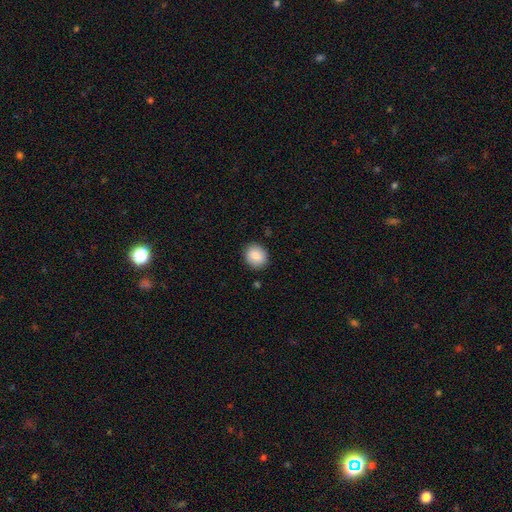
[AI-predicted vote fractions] This is clearly a smooth galaxy (89%). How rounded: likely round (70%). Merging: clearly none (88%).